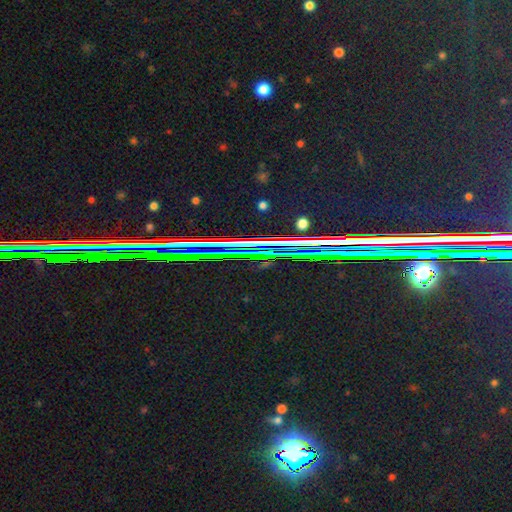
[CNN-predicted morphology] Smooth or featured: star or artifact — 83% (smooth — 9%)